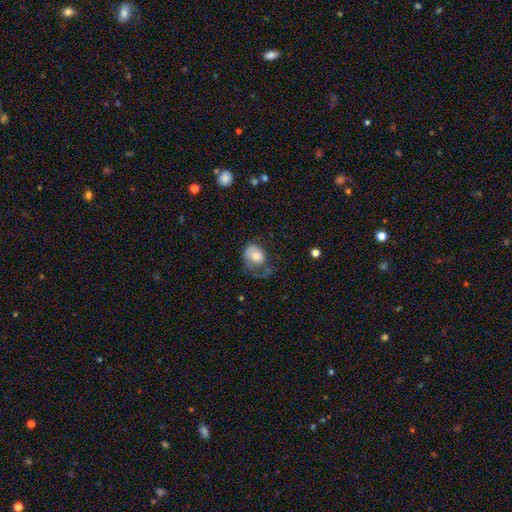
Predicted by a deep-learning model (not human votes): Smooth or featured: smooth — 68% (featured or disk — 25%)
How rounded: in between — 51% (round — 48%)
Merging: major disturbance — 45% (minor disturbance — 27%)